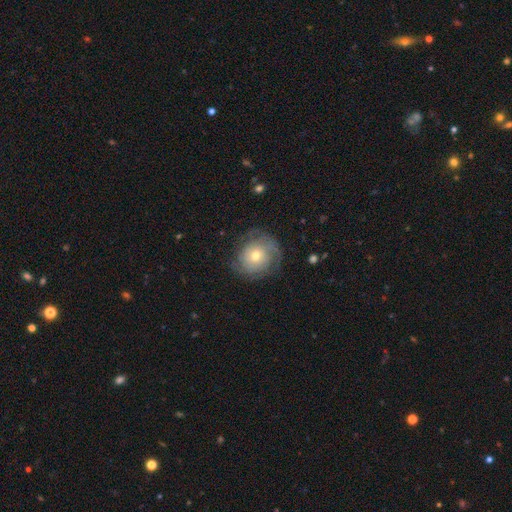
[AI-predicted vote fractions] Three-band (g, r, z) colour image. It shows a featured or disk galaxy (57%) with no bar (83%), spiral arms (79%) and a moderate central bulge (56%). Merging: none (73%).